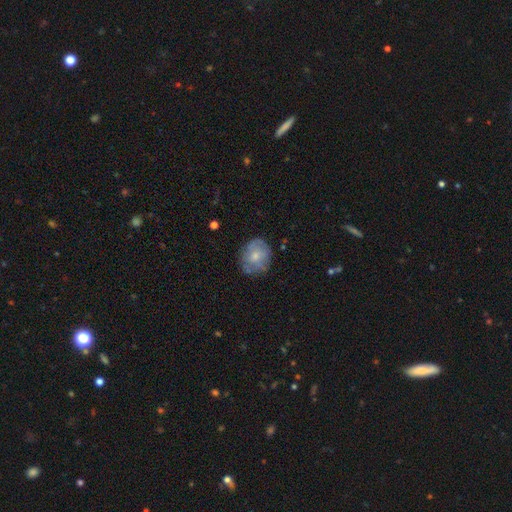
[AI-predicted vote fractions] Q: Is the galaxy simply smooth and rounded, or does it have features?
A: smooth — 54%.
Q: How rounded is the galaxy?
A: round — 69%.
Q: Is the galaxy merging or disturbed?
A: none — 68%.